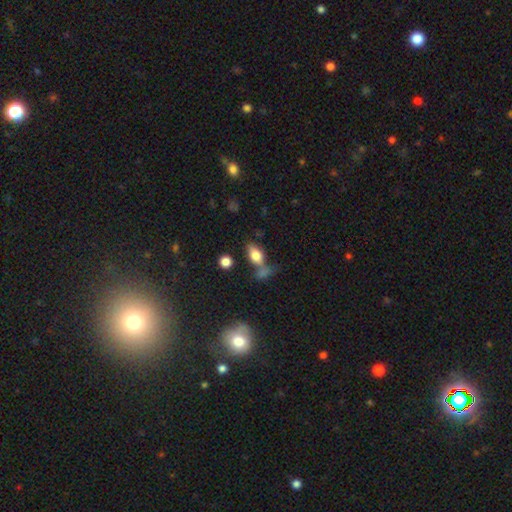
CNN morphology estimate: Overall: smooth (74%). How rounded: in between (82%). Merging: none (53%; merger 23%).